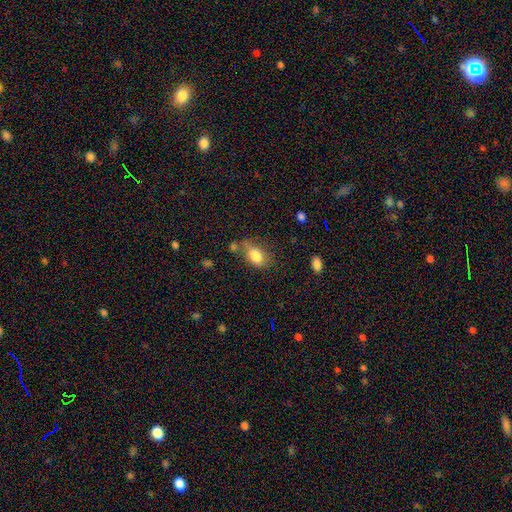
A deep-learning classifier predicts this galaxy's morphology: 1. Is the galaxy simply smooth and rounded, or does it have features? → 81% smooth, 10% featured or disk, 8% star or artifact.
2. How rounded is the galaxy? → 86% in between, 11% round, 3% cigar-shaped.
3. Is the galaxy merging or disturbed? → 53% none, 25% minor disturbance, 13% merger, 10% major disturbance.